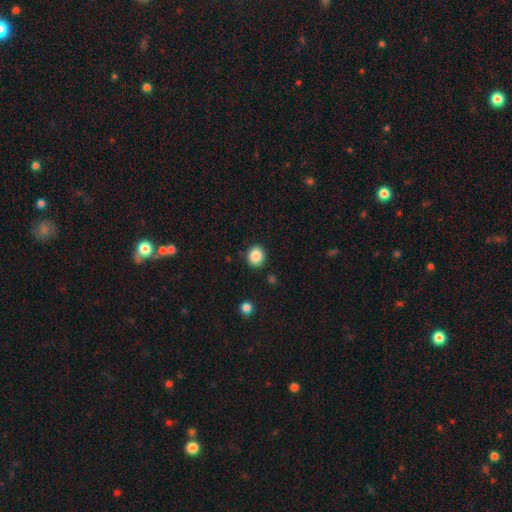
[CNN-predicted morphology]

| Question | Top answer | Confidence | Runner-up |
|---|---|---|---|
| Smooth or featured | smooth | 87% | star or artifact (10%) |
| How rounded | round | 83% | in between (16%) |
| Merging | none | 89% | minor disturbance (7%) |